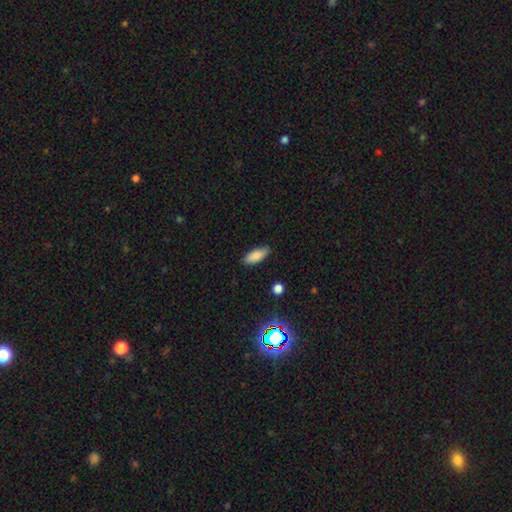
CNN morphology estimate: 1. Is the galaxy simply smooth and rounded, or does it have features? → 86% smooth, 9% star or artifact, 6% featured or disk.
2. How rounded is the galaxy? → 81% in between, 16% cigar-shaped, 2% round.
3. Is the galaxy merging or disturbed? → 85% none, 11% minor disturbance, 2% major disturbance, 1% merger.